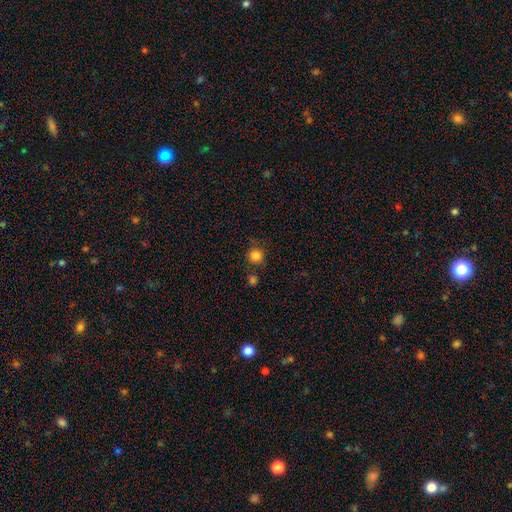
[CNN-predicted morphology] type=smooth (84%); roundness=round (94%); merging=none (78%).